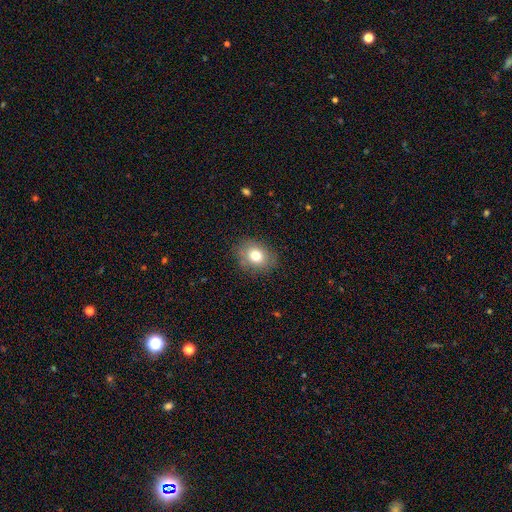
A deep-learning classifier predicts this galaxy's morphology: A smooth galaxy with no disk features (77%) that is in between round and cigar-shaped (50%). Merging: none (84%).